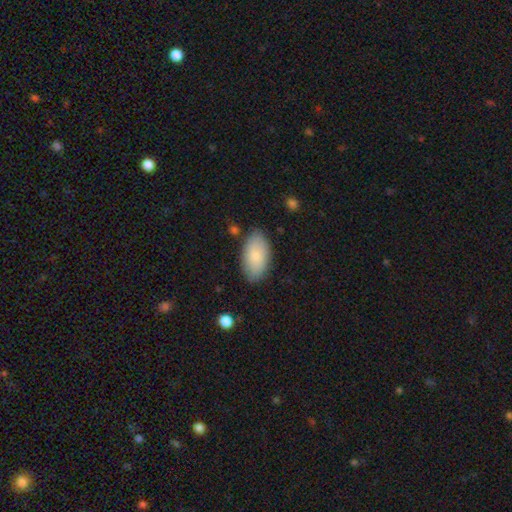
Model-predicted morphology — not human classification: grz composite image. It shows a smooth galaxy with no disk features (82%) that is in between round and cigar-shaped (95%). Merging: none (84%).